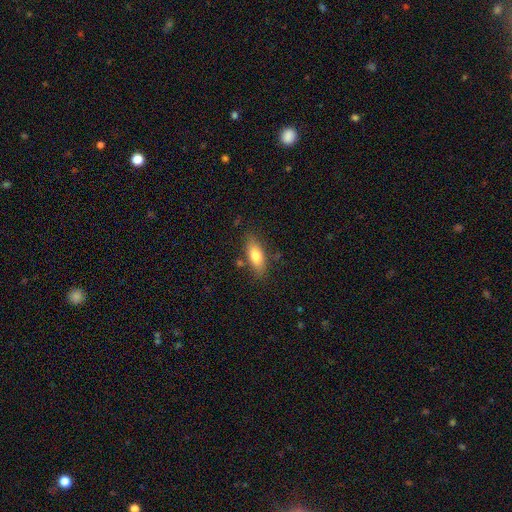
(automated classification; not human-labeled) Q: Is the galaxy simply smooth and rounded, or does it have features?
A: smooth — 75%.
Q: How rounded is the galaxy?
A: in between — 74%.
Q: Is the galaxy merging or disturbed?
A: none — 78%.